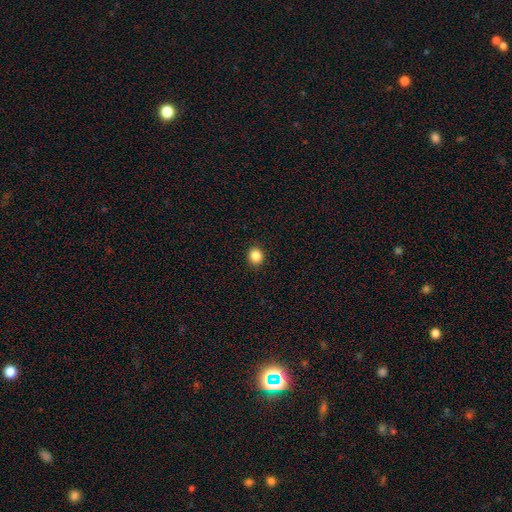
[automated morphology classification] Smooth or featured? Predicted: smooth (p=0.86). How rounded? Predicted: round (p=0.85). Merging? Predicted: none (p=0.92).